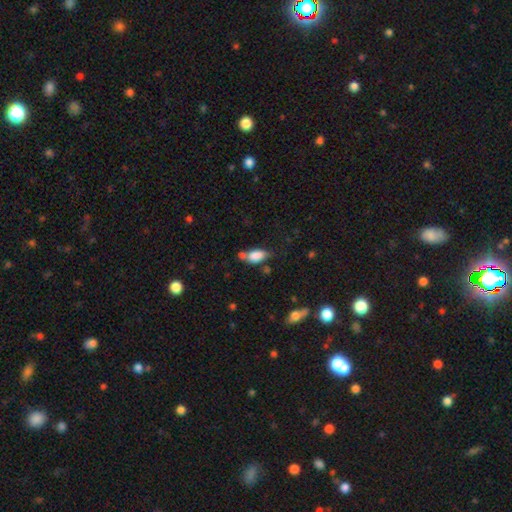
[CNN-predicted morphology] Smooth or featured? smooth (84%)
How rounded? in between (90%)
Merging? none (50%)